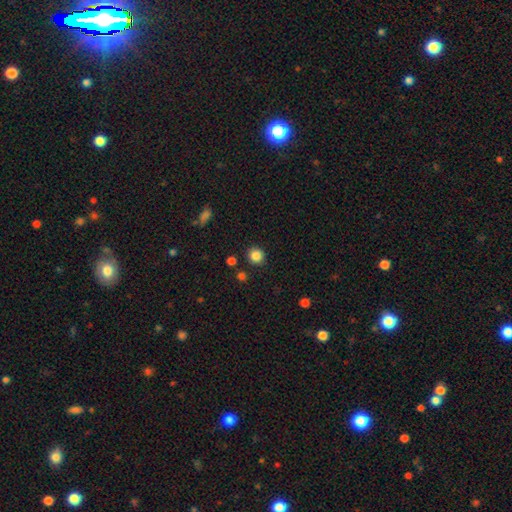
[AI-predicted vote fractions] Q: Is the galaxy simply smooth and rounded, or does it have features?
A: smooth — 85%.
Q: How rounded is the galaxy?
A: round — 92%.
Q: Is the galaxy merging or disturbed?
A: none — 89%.